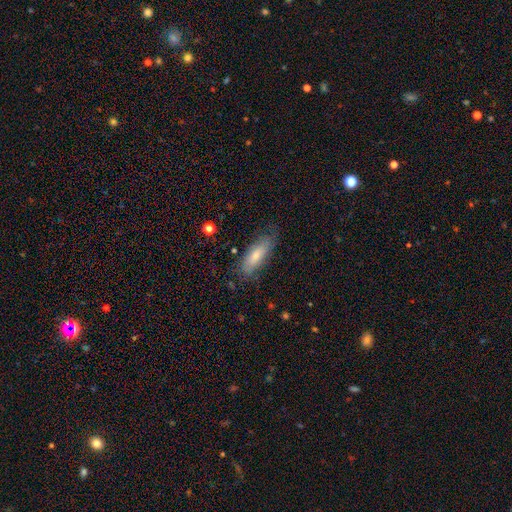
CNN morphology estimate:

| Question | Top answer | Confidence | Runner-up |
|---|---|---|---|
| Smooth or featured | smooth | 70% | featured or disk (24%) |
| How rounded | in between | 62% | cigar-shaped (36%) |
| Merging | none | 72% | minor disturbance (21%) |